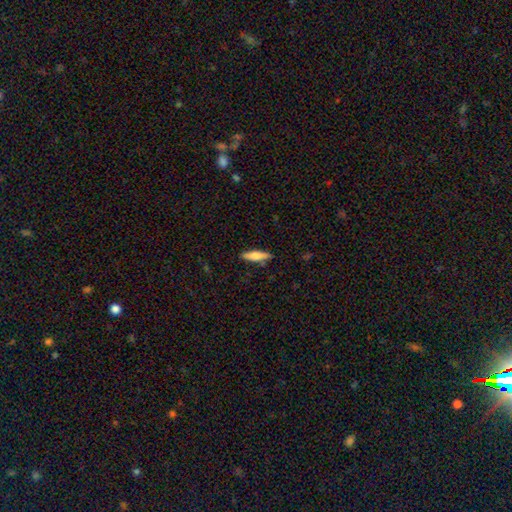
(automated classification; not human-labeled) Overall: smooth (69%). How rounded: cigar-shaped (70%). Merging: none (85%).